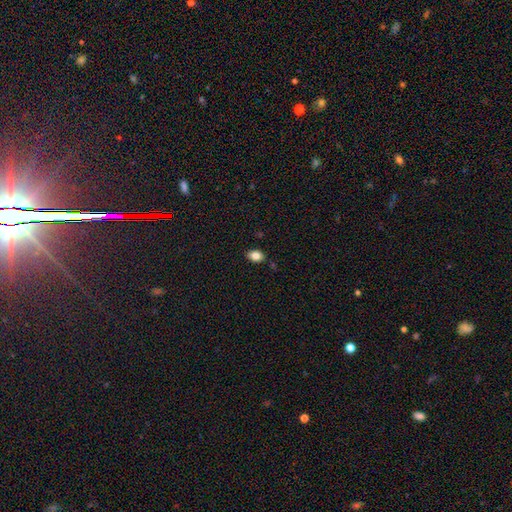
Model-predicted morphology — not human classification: Overall: smooth (82%). How rounded: in between (78%). Merging: none (84%).